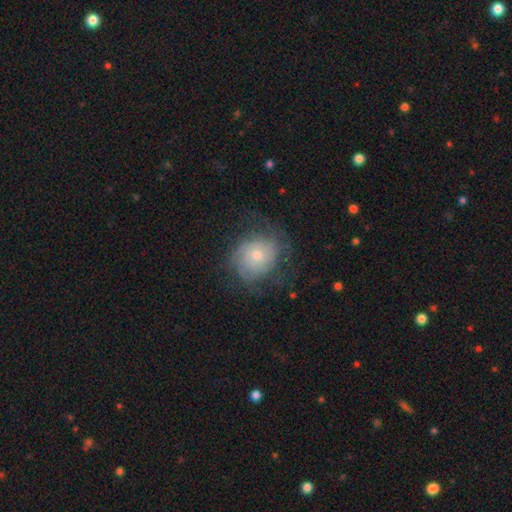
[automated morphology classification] A featured or disk galaxy (58%) with no bar (82%), spiral arms (82%) and a small central bulge (52%). Merging: none (61%).